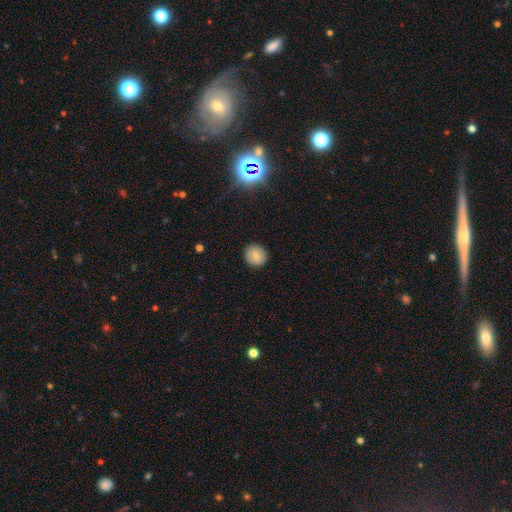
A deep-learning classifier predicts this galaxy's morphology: This is likely a smooth galaxy (73%). How rounded: clearly round (90%). Merging: clearly none (89%).